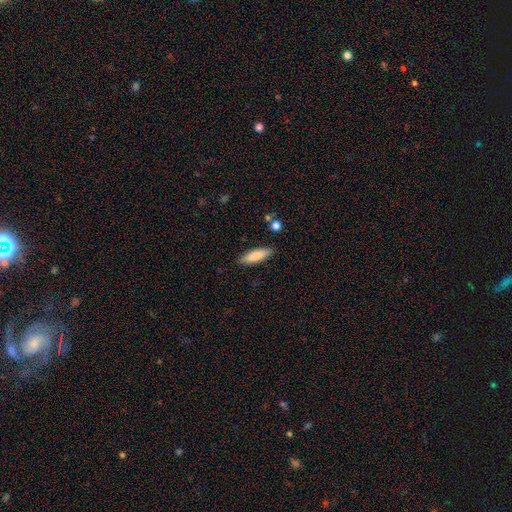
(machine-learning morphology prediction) This is likely a smooth galaxy (80%). How rounded: possibly cigar-shaped (59%). Merging: clearly none (87%).